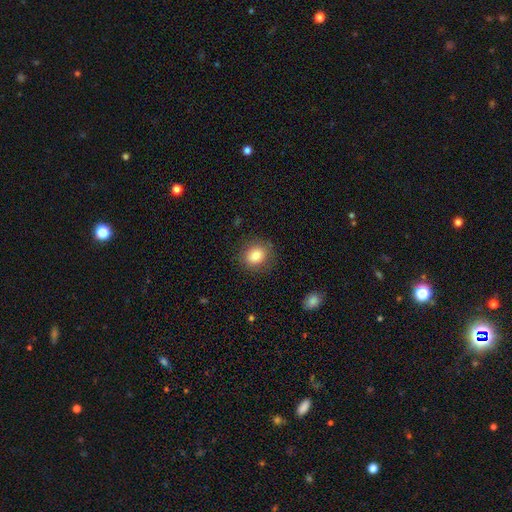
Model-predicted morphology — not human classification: Overall: smooth (82%). How rounded: round (71%). Merging: none (85%).